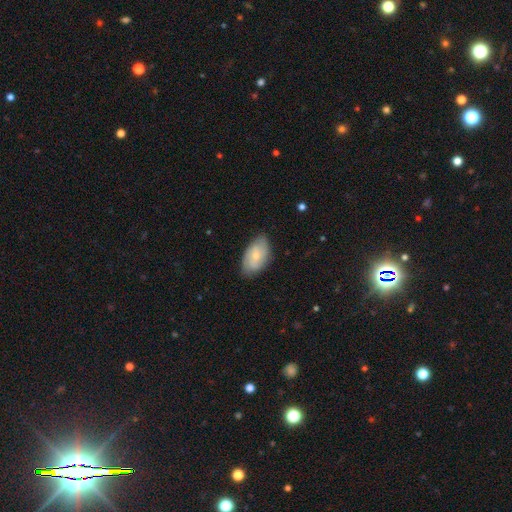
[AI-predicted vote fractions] The model was most divided on "smooth or featured": smooth: 49%, featured or disk: 45%, star or artifact: 6%. More confident: merging — none (76%).